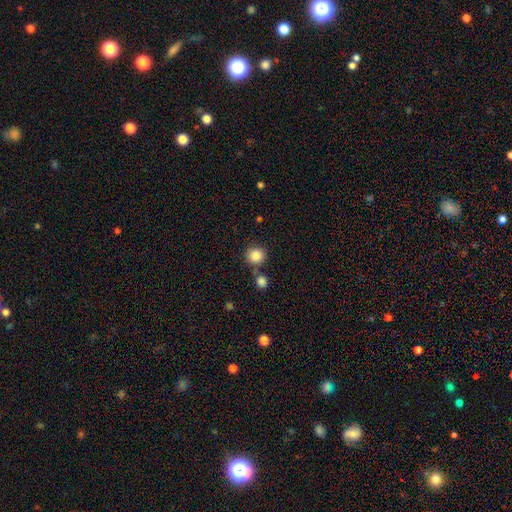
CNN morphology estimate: A smooth galaxy with no disk features (86%) that is round (90%). Merging: none (73%).